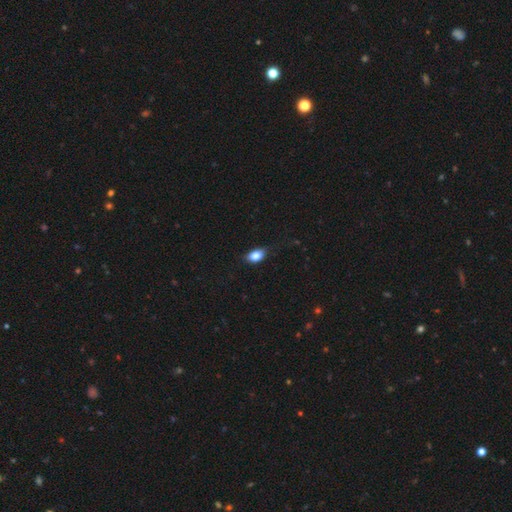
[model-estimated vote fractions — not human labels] Q: Smooth or featured?
A: smooth (84%); runner-up: star or artifact (9%)
Q: How rounded?
A: in between (84%); runner-up: round (13%)
Q: Merging?
A: none (76%); runner-up: minor disturbance (19%)